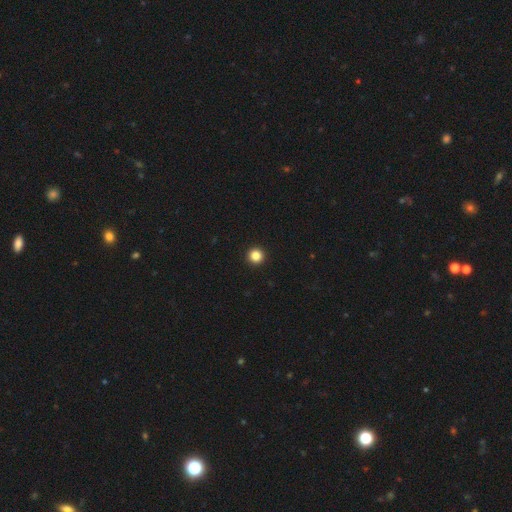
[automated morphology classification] smooth 85%, star or artifact 12%, featured or disk 4%. Down the decision tree: how rounded — round (96%); merging — none (94%).